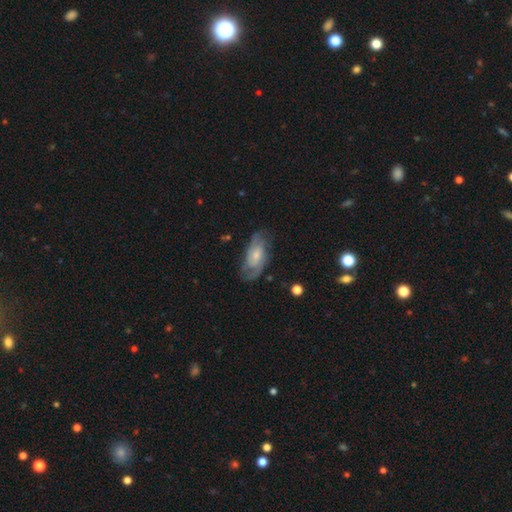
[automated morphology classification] smooth_or_featured: featured or disk (p=0.67) [alt: smooth p=0.27]
disk_edge_on: no (p=0.93) [alt: yes p=0.07]
bar: no (p=0.53) [alt: weak p=0.40]
has_spiral_arms: yes (p=0.89) [alt: no p=0.11]
spiral_winding: medium (p=0.45) [alt: tight p=0.37]
spiral_arm_count: 2 (p=0.56) [alt: can't tell p=0.26]
bulge_size: small (p=0.45) [alt: moderate p=0.40]
merging: none (p=0.66) [alt: minor disturbance p=0.22]